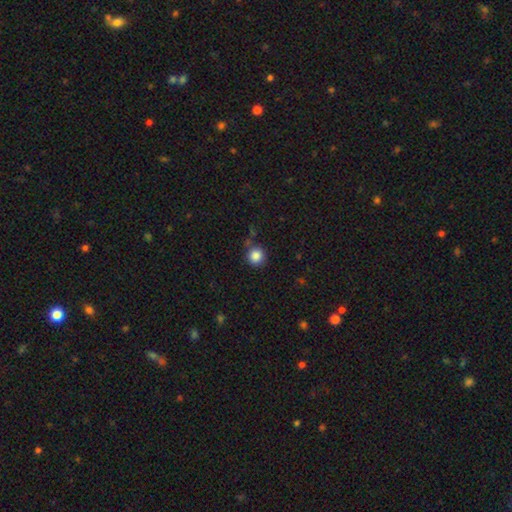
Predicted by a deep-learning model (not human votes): Morphology: type=smooth (86%); roundness=round (93%); merging=none (81%).